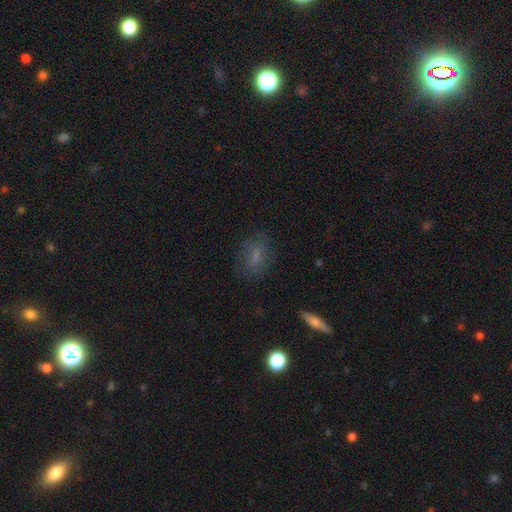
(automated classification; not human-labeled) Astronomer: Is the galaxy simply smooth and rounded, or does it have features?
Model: smooth — 62%.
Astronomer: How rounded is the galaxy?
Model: in between — 69%.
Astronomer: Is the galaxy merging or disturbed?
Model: none — 75%.